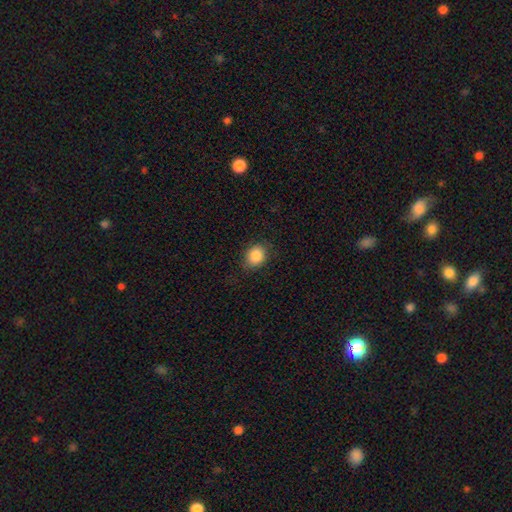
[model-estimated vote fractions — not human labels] smooth-or-featured: smooth: 86% | star or artifact: 9% | featured or disk: 5%
  how-rounded: round: 54% | in between: 45% | cigar-shaped: 1%
  merging: none: 80% | minor disturbance: 15% | major disturbance: 4% | merger: 1%